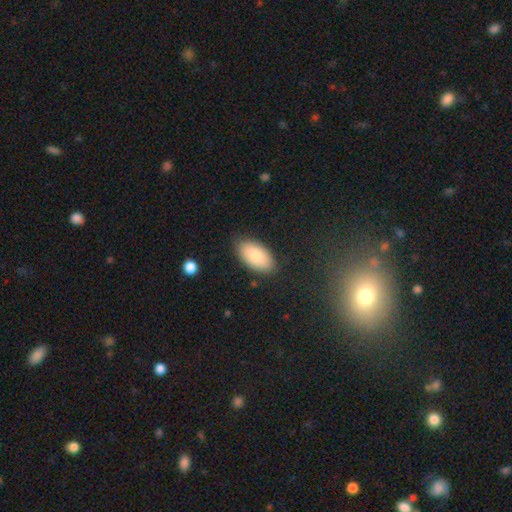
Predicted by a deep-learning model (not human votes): This appears to be a smooth galaxy with no disk features (82%) that is in between round and cigar-shaped (95%). Merging: none (84%).